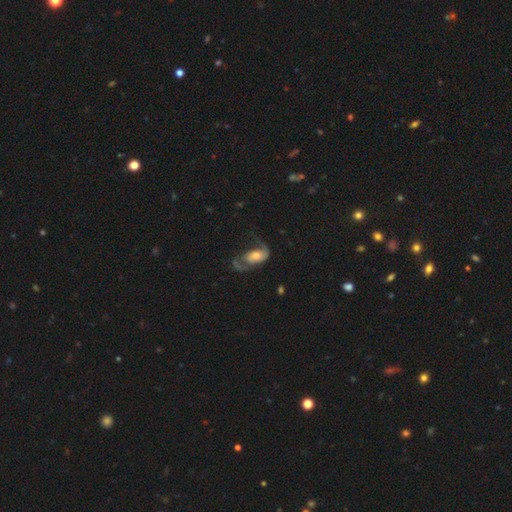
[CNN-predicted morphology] type=featured or disk (66%); edge-on=no (95%); bar=no (62%); spiral arms=yes (83%); winding=loose (54%); arm count=2 (72%); bulge=moderate (49%); merging=major disturbance (39%).